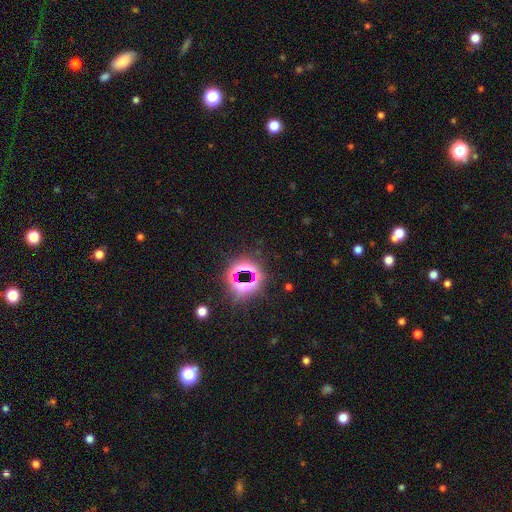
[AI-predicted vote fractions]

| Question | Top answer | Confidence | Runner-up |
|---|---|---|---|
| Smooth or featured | star or artifact | 80% | smooth (13%) |